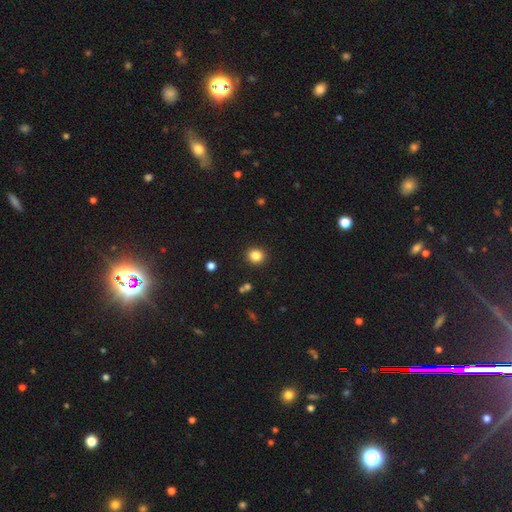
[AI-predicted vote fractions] Smooth or featured?
  - smooth: 84% *
  - star or artifact: 12%
  - featured or disk: 5%
How rounded?
  - round: 84% *
  - in between: 15%
  - cigar-shaped: 1%
Merging?
  - none: 91% *
  - minor disturbance: 6%
  - major disturbance: 2%
  - merger: 1%